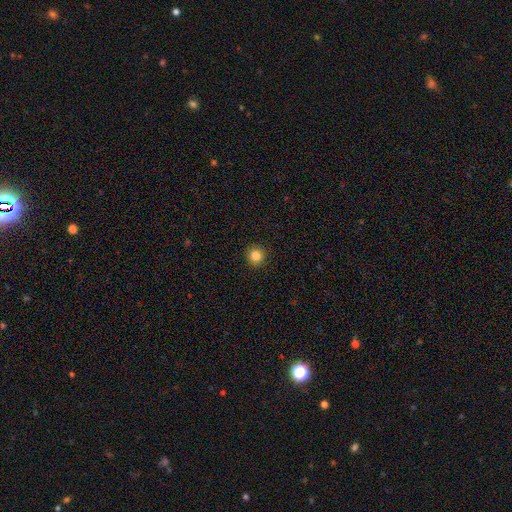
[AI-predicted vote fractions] A smooth galaxy with no disk features (85%) that is round (95%). Merging: none (92%).